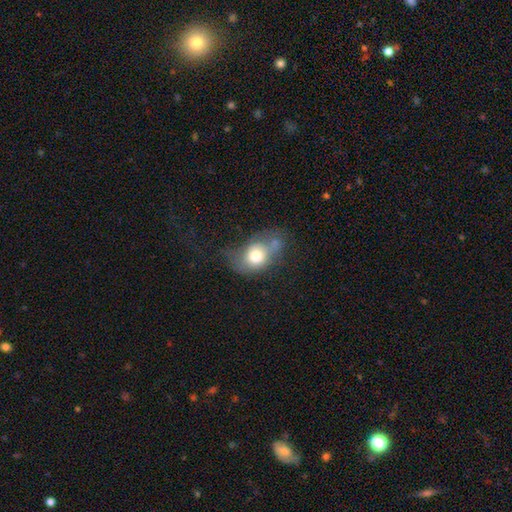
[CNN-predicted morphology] Overall: smooth (68%). How rounded: in between (61%; round 38%). Merging: minor disturbance (30%; none 28%).